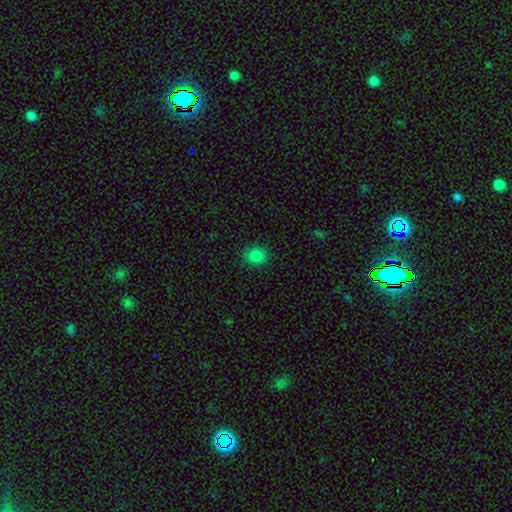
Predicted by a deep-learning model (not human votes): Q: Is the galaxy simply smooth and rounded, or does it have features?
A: smooth — 85%.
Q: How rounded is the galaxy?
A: round — 76%.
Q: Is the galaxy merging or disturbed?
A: none — 86%.